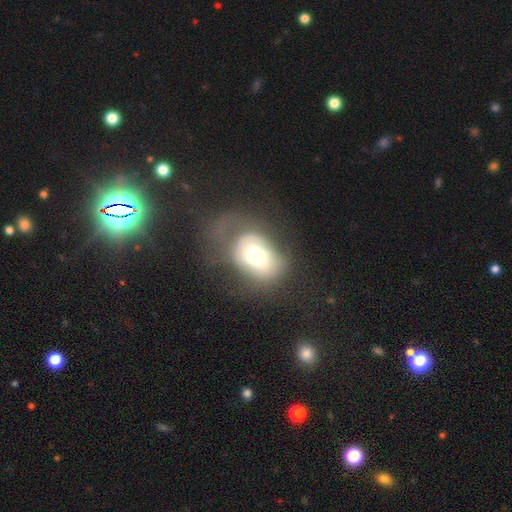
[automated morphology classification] smooth 55%, featured or disk 36%, star or artifact 9%. Down the decision tree: how rounded — in between (67%); merging — major disturbance (43%).